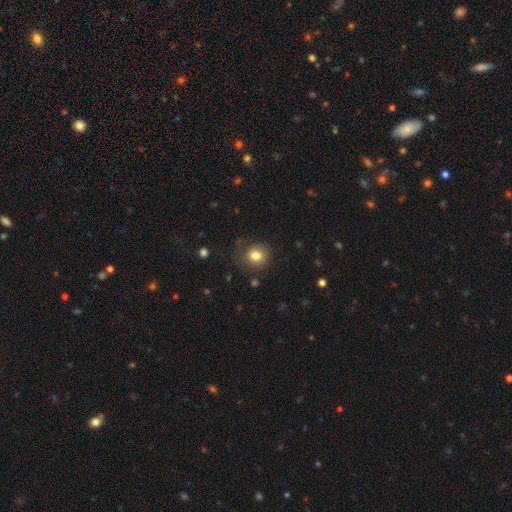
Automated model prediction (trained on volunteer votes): Q: Smooth or featured?
A: smooth (82%); runner-up: star or artifact (11%)
Q: How rounded?
A: round (80%); runner-up: in between (20%)
Q: Merging?
A: none (76%); runner-up: minor disturbance (16%)